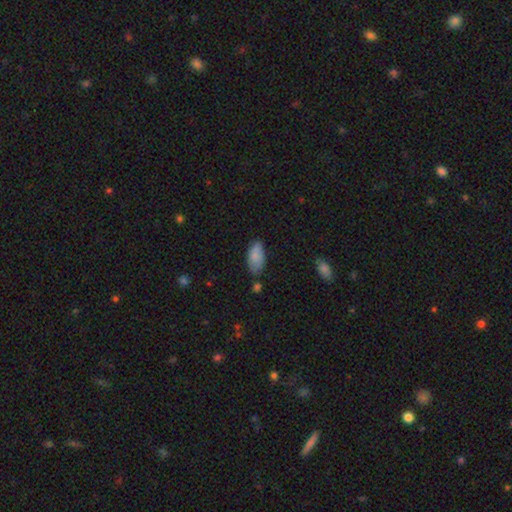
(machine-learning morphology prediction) smooth-or-featured: smooth: 85% | featured or disk: 9% | star or artifact: 6%
  how-rounded: in between: 92% | cigar-shaped: 6% | round: 2%
  merging: none: 71% | minor disturbance: 21% | merger: 4% | major disturbance: 4%